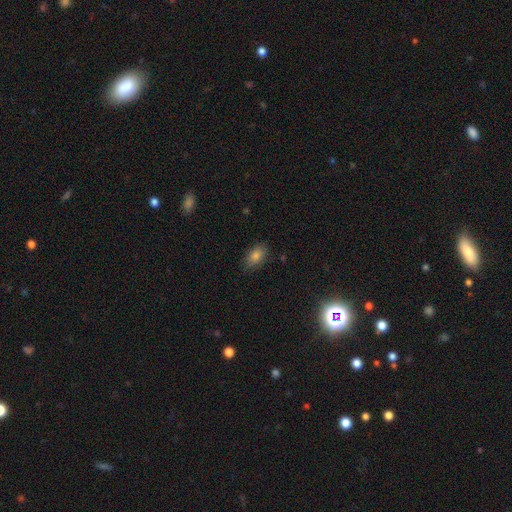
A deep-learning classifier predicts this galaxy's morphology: A smooth galaxy with no disk features (76%) that is in between round and cigar-shaped (89%).

Vote fractions:
- Smooth or featured? smooth: 76% / star or artifact: 13% / featured or disk: 10%
- How rounded? in between: 89% / round: 8% / cigar-shaped: 3%
- Merging? none: 83% / minor disturbance: 13% / major disturbance: 3% / merger: 1%